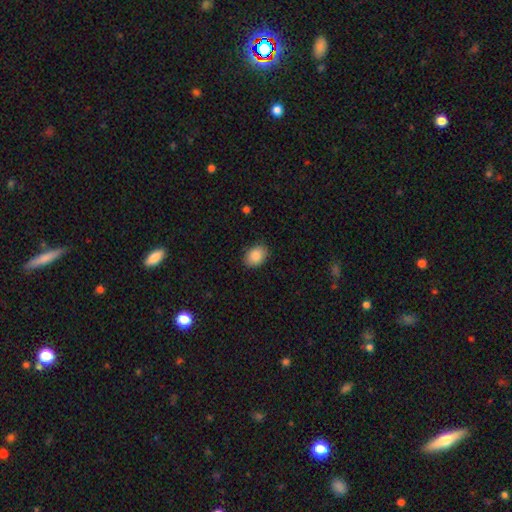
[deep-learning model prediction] Smooth or featured?
  - smooth: 87% *
  - star or artifact: 8%
  - featured or disk: 5%
How rounded?
  - in between: 73% *
  - round: 26%
  - cigar-shaped: 1%
Merging?
  - none: 87% *
  - minor disturbance: 10%
  - major disturbance: 2%
  - merger: 1%